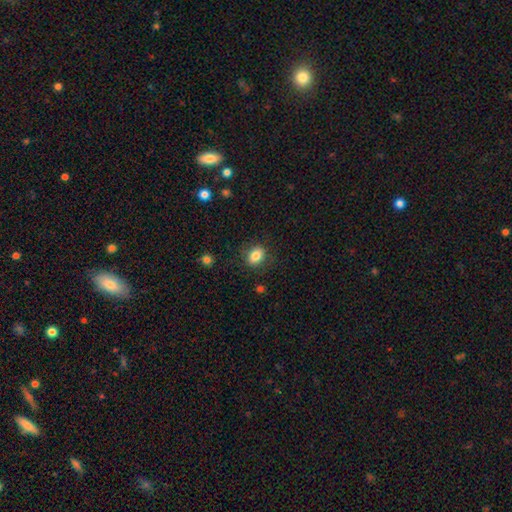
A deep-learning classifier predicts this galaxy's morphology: type=smooth (81%); roundness=in between (58%); merging=none (83%).